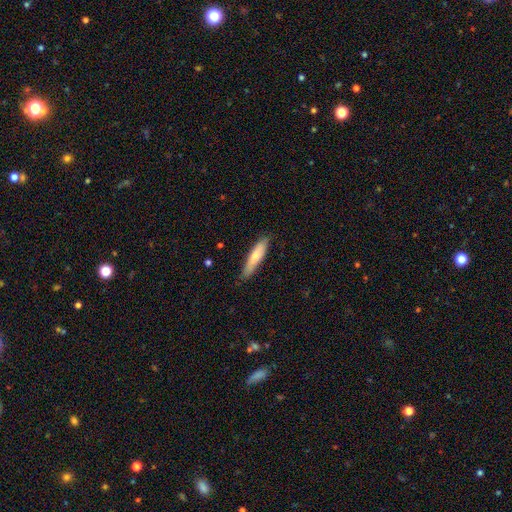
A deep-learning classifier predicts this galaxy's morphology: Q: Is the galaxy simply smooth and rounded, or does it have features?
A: smooth — 73%.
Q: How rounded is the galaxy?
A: cigar-shaped — 79%.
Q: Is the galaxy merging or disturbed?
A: none — 81%.